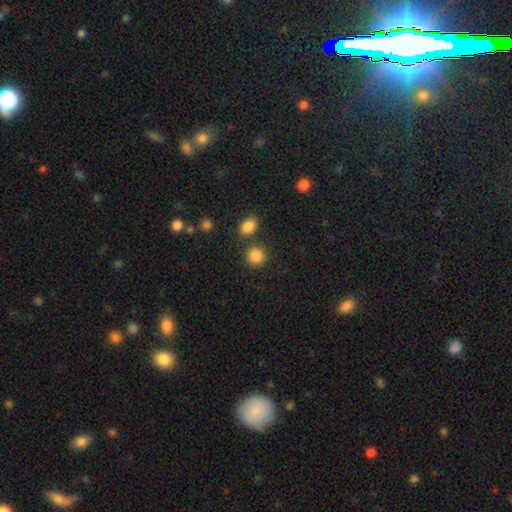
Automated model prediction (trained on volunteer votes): Morphology: type=smooth (87%); roundness=round (84%); merging=none (78%).